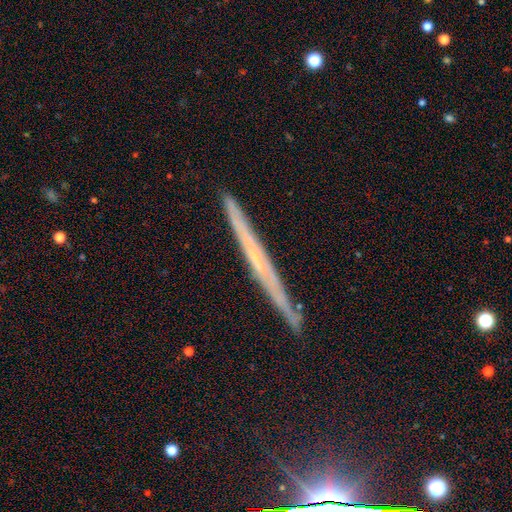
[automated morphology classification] Smooth or featured? Predicted: featured or disk (p=0.63). Edge-on disk? Predicted: yes (p=0.96). Edge-on bulge? Predicted: none (p=0.79). Merging? Predicted: none (p=0.87).